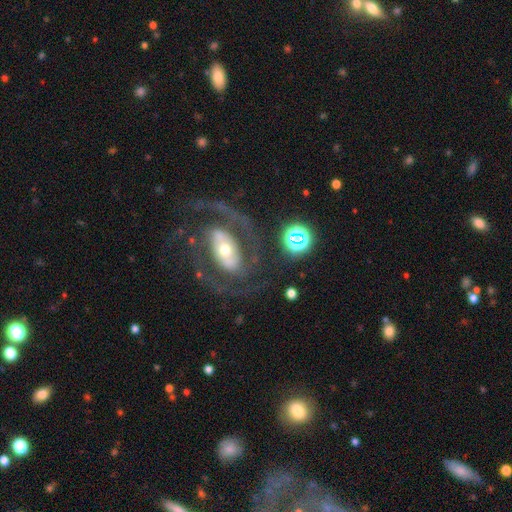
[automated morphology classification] Smooth or featured? Predicted: featured or disk (p=0.86). Edge-on disk? Predicted: no (p=0.95). Bar? Predicted: strong (p=0.42). Spiral arms? Predicted: yes (p=0.92). Spiral winding? Predicted: tight (p=0.45). Spiral arm count? Predicted: 2 (p=0.72). Bulge size? Predicted: moderate (p=0.51). Merging? Predicted: none (p=0.70).